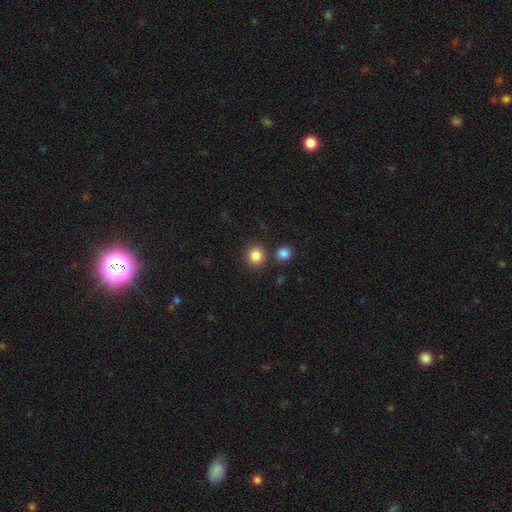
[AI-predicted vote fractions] smooth-or-featured: smooth: 85% | star or artifact: 10% | featured or disk: 4%
  how-rounded: round: 90% | in between: 9% | cigar-shaped: 1%
  merging: none: 83% | merger: 8% | minor disturbance: 7% | major disturbance: 2%